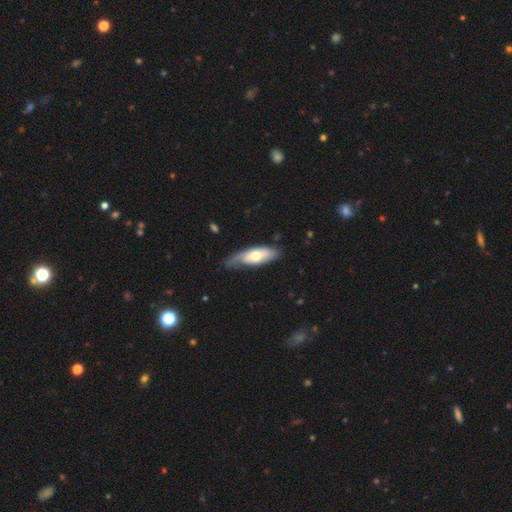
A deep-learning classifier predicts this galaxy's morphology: type=smooth (52%); roundness=in between (68%); merging=none (47%).